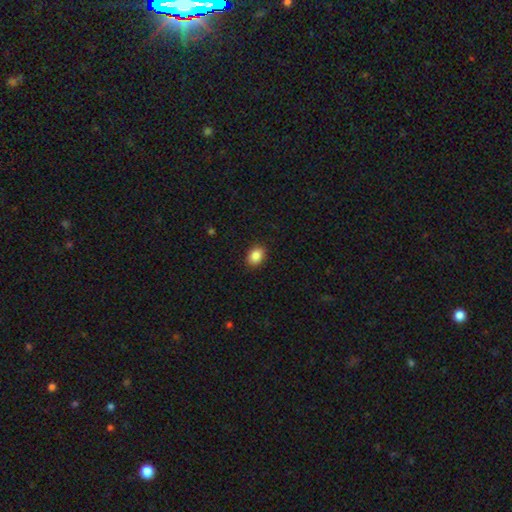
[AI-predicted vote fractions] Smooth or featured? smooth (87%)
How rounded? in between (65%)
Merging? none (89%)